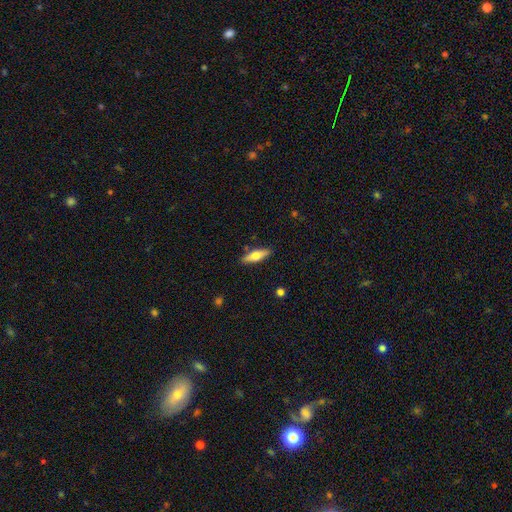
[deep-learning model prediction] Smooth or featured? Predicted: smooth (p=0.62). How rounded? Predicted: cigar-shaped (p=0.50). Merging? Predicted: none (p=0.86).